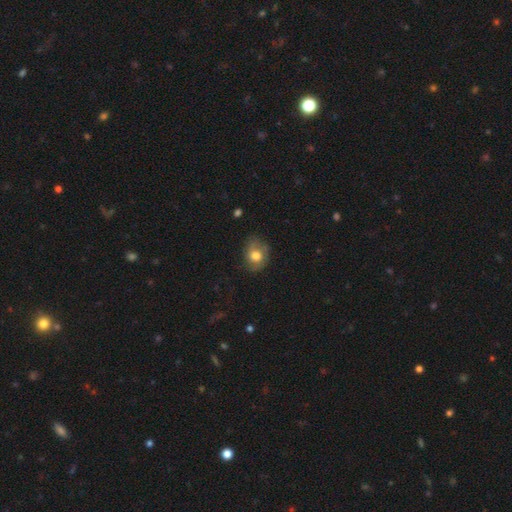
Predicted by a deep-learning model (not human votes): Smooth or featured? Predicted: smooth (p=0.63). How rounded? Predicted: round (p=0.56). Merging? Predicted: none (p=0.63).